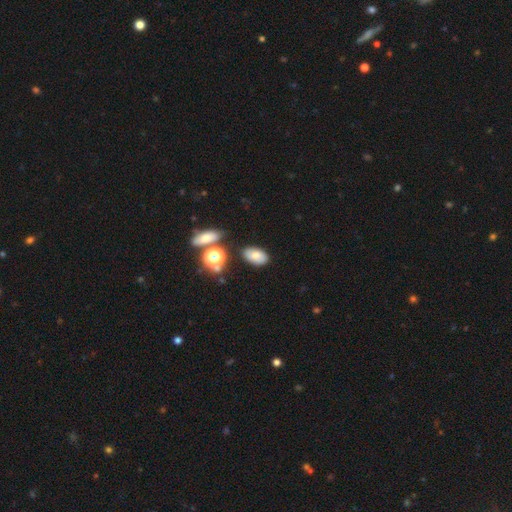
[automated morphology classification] smooth 72%, featured or disk 15%, star or artifact 13%. Down the decision tree: how rounded — in between (89%); merging — none (80%).